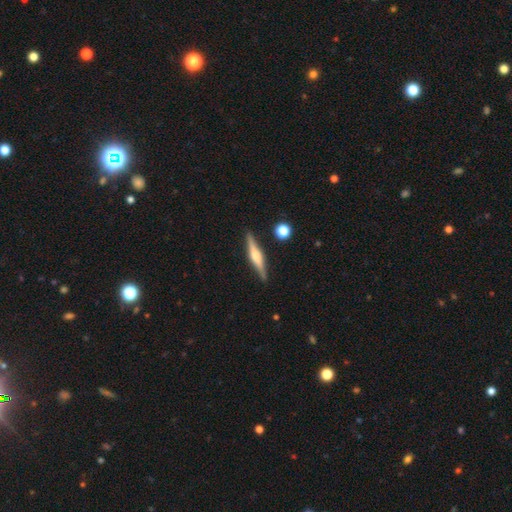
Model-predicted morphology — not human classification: smooth_or_featured: featured or disk (p=0.68) [alt: smooth p=0.26]
disk_edge_on: yes (p=0.97) [alt: no p=0.03]
edge_on_bulge: rounded (p=0.79) [alt: boxy p=0.15]
merging: none (p=0.88) [alt: minor disturbance p=0.08]